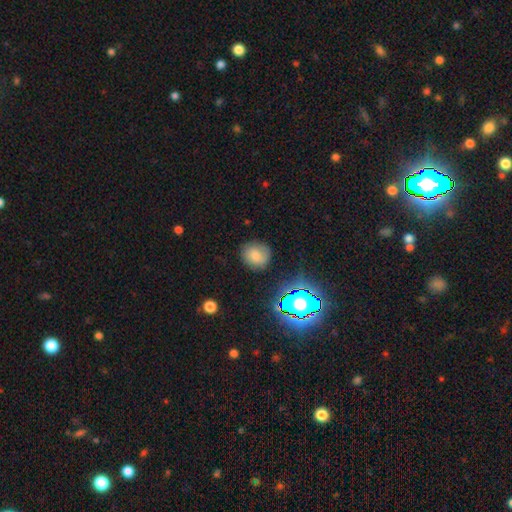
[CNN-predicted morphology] The model was most divided on "how rounded": round: 79%, in between: 20%, cigar-shaped: 1%. More confident: merging — none (79%); smooth or featured — smooth (74%).